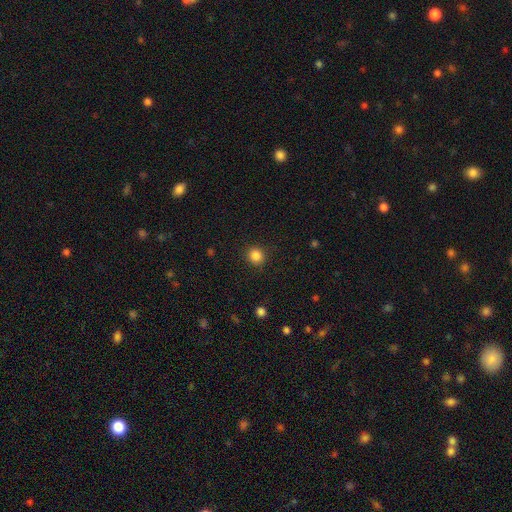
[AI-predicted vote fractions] Smooth or featured?
  - smooth: 85% *
  - star or artifact: 11%
  - featured or disk: 3%
How rounded?
  - round: 88% *
  - in between: 11%
  - cigar-shaped: 1%
Merging?
  - none: 90% *
  - minor disturbance: 6%
  - major disturbance: 2%
  - merger: 1%